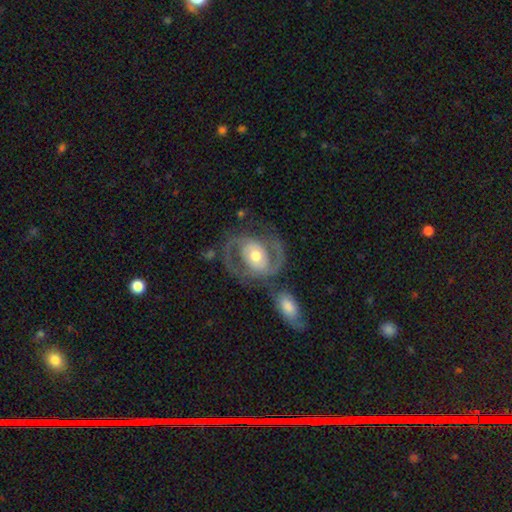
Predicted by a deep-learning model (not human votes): This appears to be a featured or disk galaxy (88%) with no bar (50%), 2 (91%) medium (53%) spiral arms (94%) and a moderate central bulge (73%). Merging: none (65%).